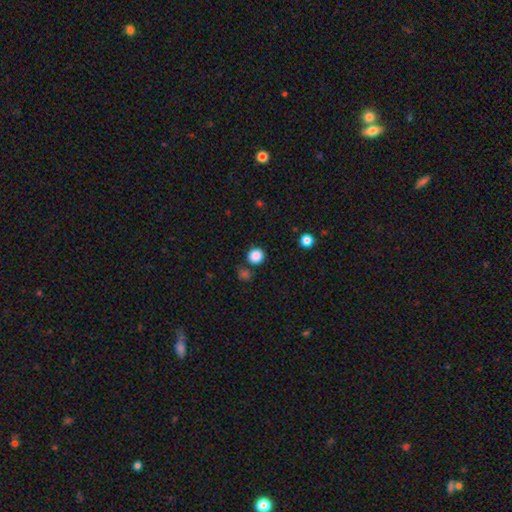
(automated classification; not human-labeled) A smooth galaxy with no disk features (86%) that is round (90%). Merging: none (83%).